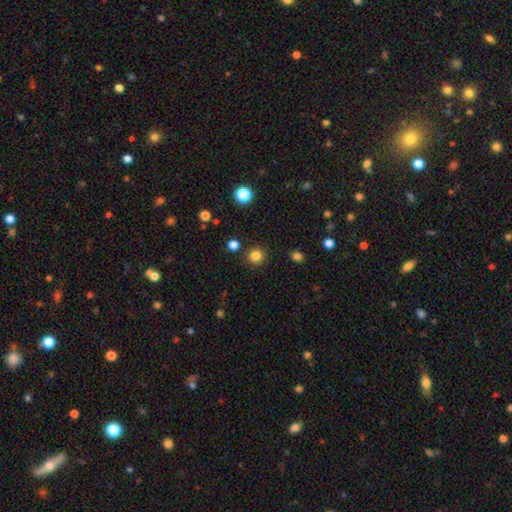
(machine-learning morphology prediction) smooth_or_featured: smooth (p=0.83) [alt: star or artifact p=0.13]
how_rounded: round (p=0.92) [alt: in between p=0.07]
merging: none (p=0.89) [alt: minor disturbance p=0.06]